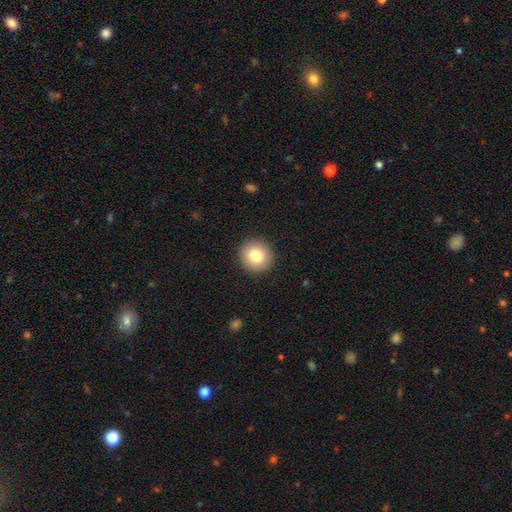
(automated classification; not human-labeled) Smooth or featured: smooth — 81% (featured or disk — 10%)
How rounded: round — 91% (in between — 8%)
Merging: none — 91% (minor disturbance — 6%)